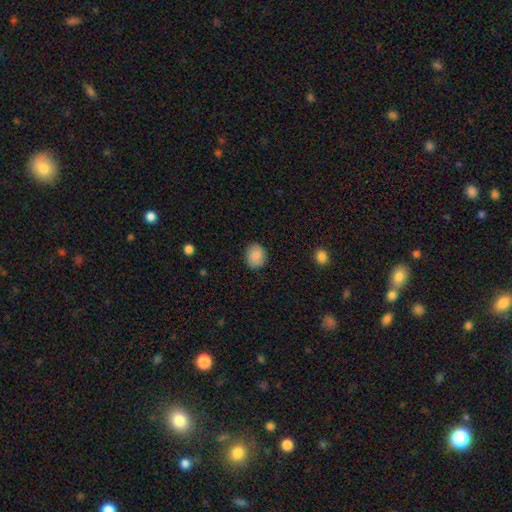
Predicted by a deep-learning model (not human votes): Smooth or featured? Predicted: smooth (p=0.85). How rounded? Predicted: round (p=0.69). Merging? Predicted: none (p=0.86).